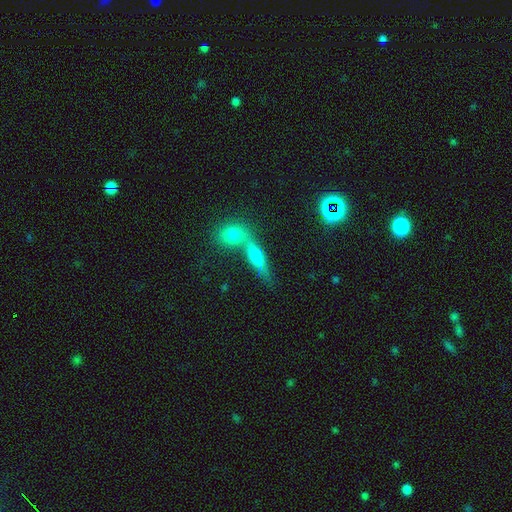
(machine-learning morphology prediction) This appears to be a smooth galaxy with no disk features (52%) that is cigar-shaped (44%). Merging: none (44%).